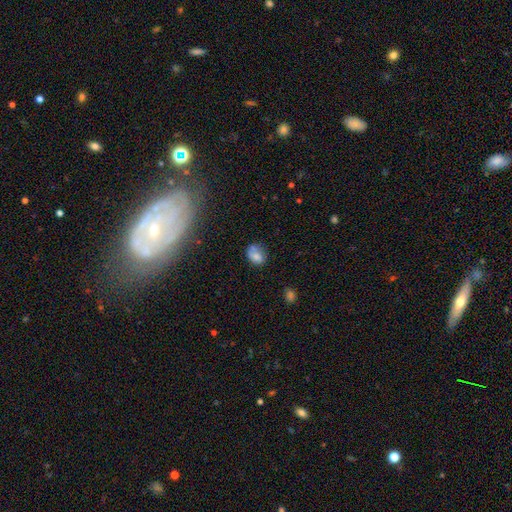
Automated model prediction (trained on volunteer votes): Morphology: type=smooth (70%); roundness=in between (61%); merging=none (43%).